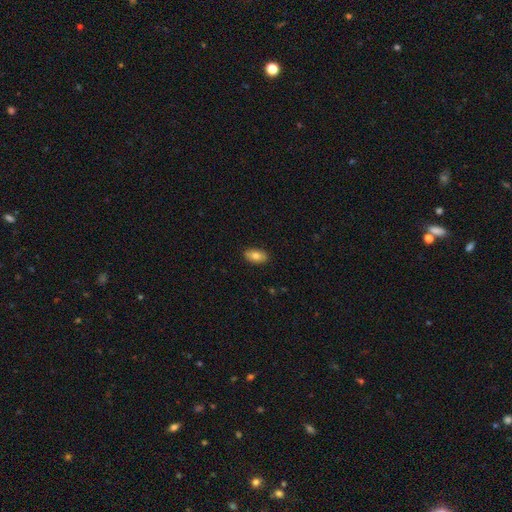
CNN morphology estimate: Smooth or featured: smooth — 79% (featured or disk — 14%)
How rounded: in between — 92% (round — 5%)
Merging: none — 88% (minor disturbance — 9%)